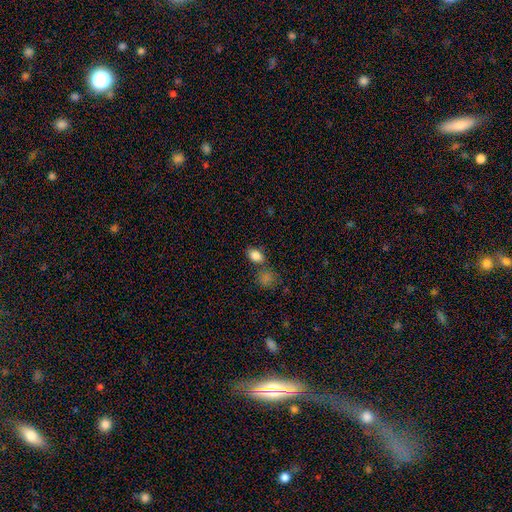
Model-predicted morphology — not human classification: Smooth or featured: smooth — 84% (star or artifact — 10%)
How rounded: in between — 82% (round — 16%)
Merging: none — 66% (minor disturbance — 15%)